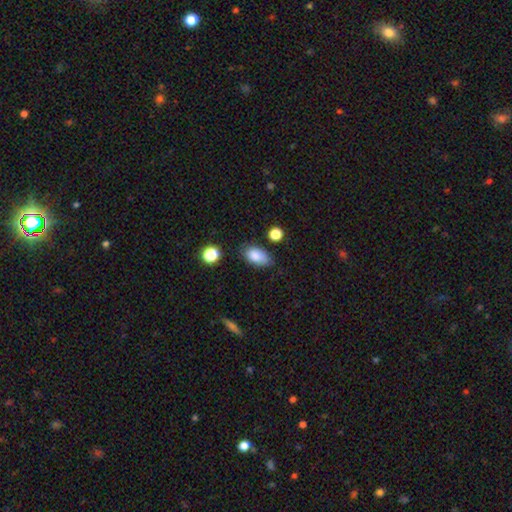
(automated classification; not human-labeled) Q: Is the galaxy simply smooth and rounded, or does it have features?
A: smooth — 85%.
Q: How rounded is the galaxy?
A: in between — 91%.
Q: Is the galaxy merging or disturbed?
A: none — 73%.